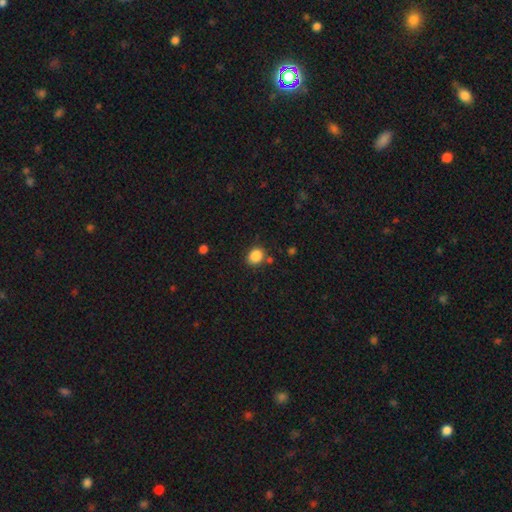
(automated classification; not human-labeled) Smooth or featured? Predicted: smooth (p=0.86). How rounded? Predicted: round (p=0.56). Merging? Predicted: none (p=0.79).